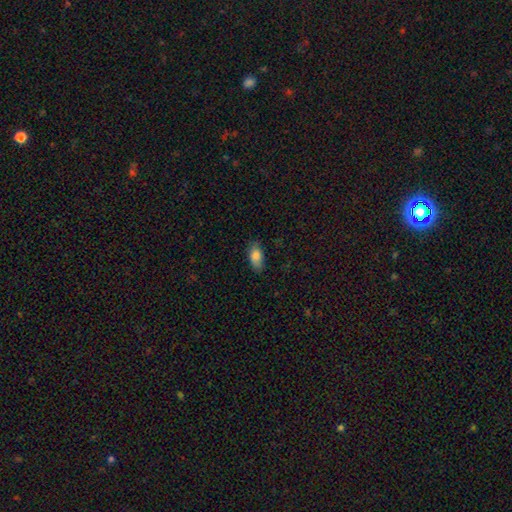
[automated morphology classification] smooth-or-featured: smooth: 83% | featured or disk: 10% | star or artifact: 7%
  how-rounded: in between: 88% | cigar-shaped: 8% | round: 3%
  merging: none: 77% | minor disturbance: 18% | major disturbance: 4% | merger: 1%